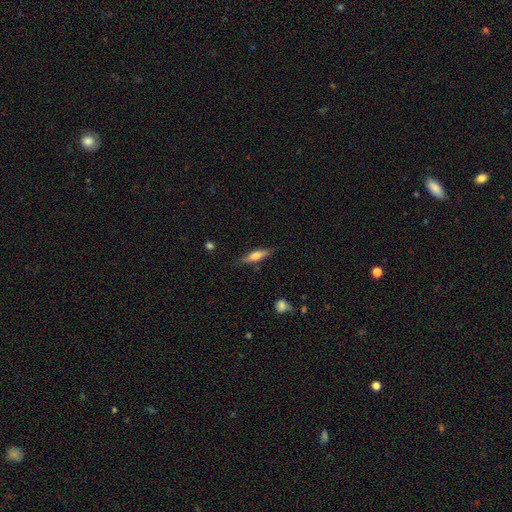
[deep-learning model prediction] Smooth or featured: smooth — 57% (featured or disk — 37%)
How rounded: cigar-shaped — 72% (in between — 26%)
Merging: none — 83% (minor disturbance — 13%)